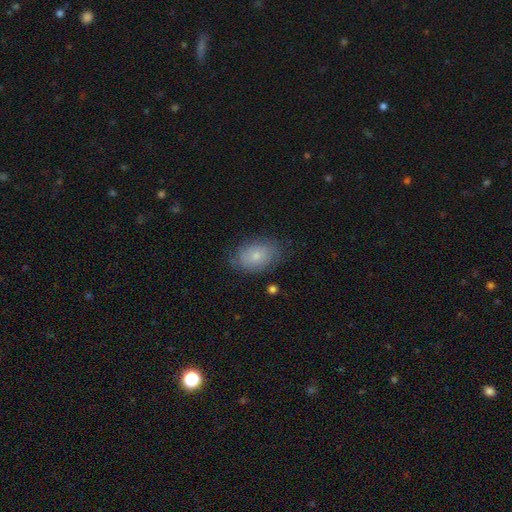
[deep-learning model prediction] Q: Smooth or featured?
A: smooth (62%); runner-up: featured or disk (30%)
Q: How rounded?
A: in between (84%); runner-up: round (15%)
Q: Merging?
A: none (71%); runner-up: minor disturbance (21%)